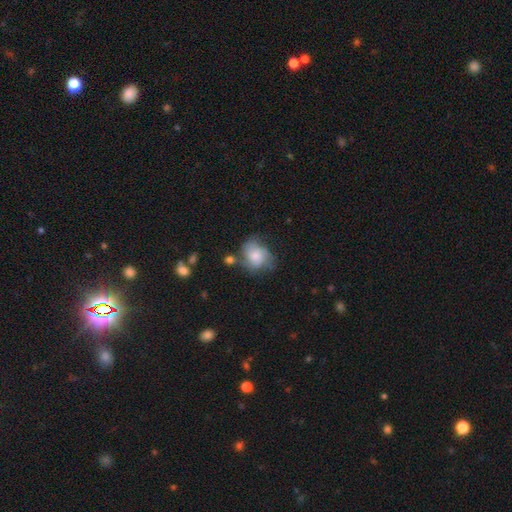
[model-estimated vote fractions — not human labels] smooth-or-featured: smooth: 55% | featured or disk: 37% | star or artifact: 8%
  how-rounded: in between: 53% | round: 46% | cigar-shaped: 1%
  merging: none: 45% | minor disturbance: 29% | major disturbance: 18% | merger: 8%